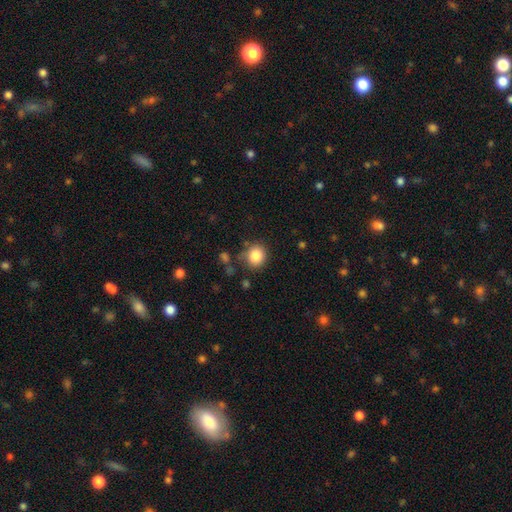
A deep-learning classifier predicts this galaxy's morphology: This is clearly a smooth galaxy (84%). How rounded: clearly round (82%). Merging: likely none (77%).